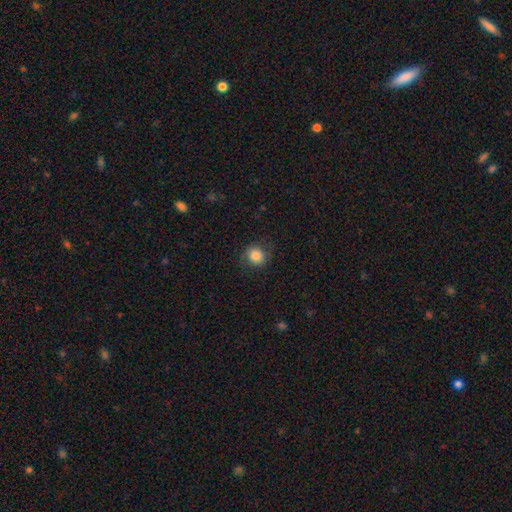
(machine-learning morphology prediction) A smooth galaxy with no disk features (84%) that is round (87%).

Vote fractions:
- Smooth or featured? smooth: 84% / star or artifact: 10% / featured or disk: 7%
- How rounded? round: 87% / in between: 13% / cigar-shaped: 1%
- Merging? none: 83% / minor disturbance: 12% / major disturbance: 4% / merger: 1%